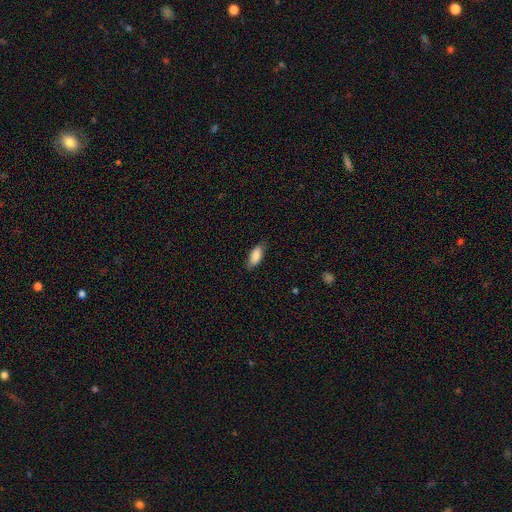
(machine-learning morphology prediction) A smooth galaxy with no disk features (86%) that is in between round and cigar-shaped (84%).

Vote fractions:
- Smooth or featured? smooth: 86% / featured or disk: 8% / star or artifact: 6%
- How rounded? in between: 84% / cigar-shaped: 14% / round: 2%
- Merging? none: 78% / minor disturbance: 18% / major disturbance: 3% / merger: 1%